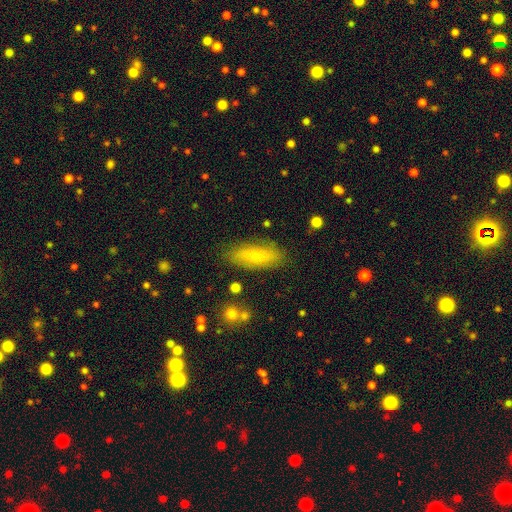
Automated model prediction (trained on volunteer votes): Smooth or featured? Predicted: smooth (p=0.70). How rounded? Predicted: in between (p=0.67). Merging? Predicted: none (p=0.81).